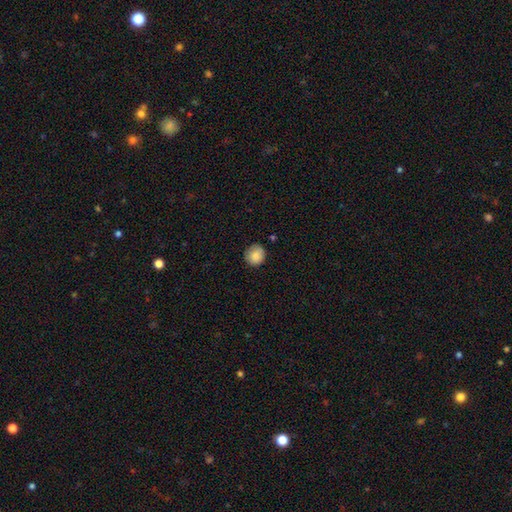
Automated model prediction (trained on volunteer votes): smooth-or-featured: smooth: 87% | star or artifact: 8% | featured or disk: 5%
  how-rounded: round: 85% | in between: 14% | cigar-shaped: 1%
  merging: none: 79% | minor disturbance: 16% | major disturbance: 3% | merger: 1%